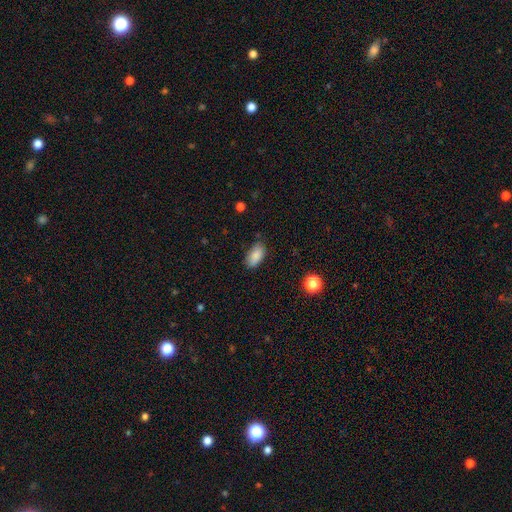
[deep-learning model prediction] Morphology: type=smooth (86%); roundness=in between (93%); merging=none (77%).